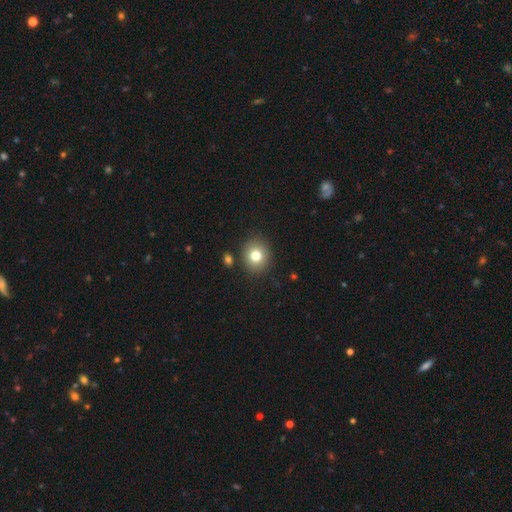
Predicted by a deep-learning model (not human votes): Smooth or featured? smooth (79%)
How rounded? round (77%)
Merging? none (86%)